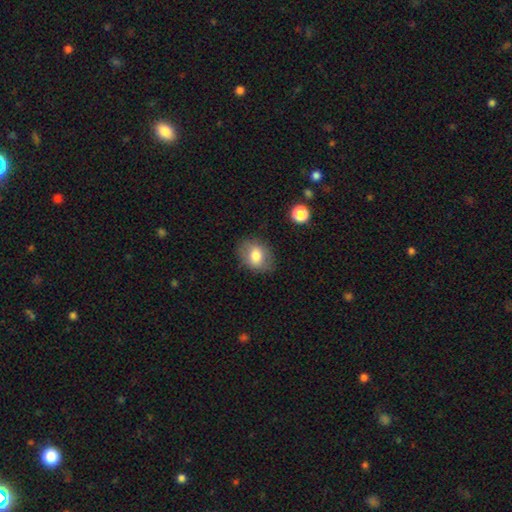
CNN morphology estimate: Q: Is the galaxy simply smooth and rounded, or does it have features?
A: smooth — 76%.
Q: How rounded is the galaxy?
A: in between — 64%.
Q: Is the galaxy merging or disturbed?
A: none — 80%.